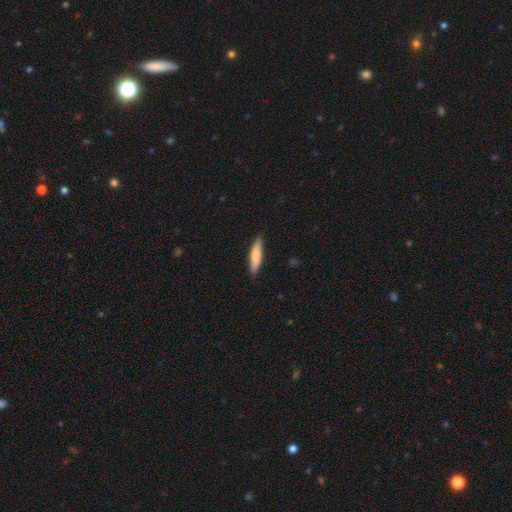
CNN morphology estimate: This appears to be a smooth galaxy with no disk features (80%) that is cigar-shaped (82%). Merging: none (87%).